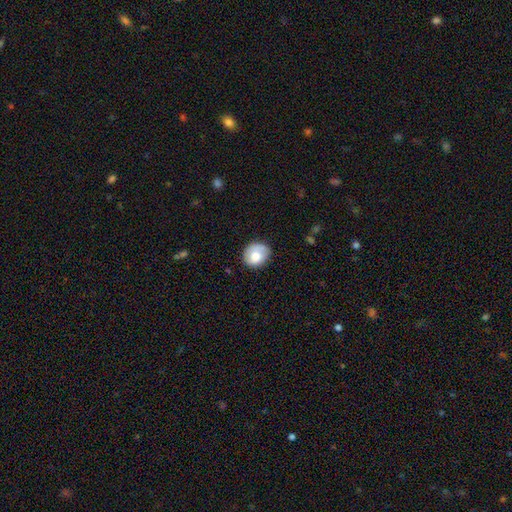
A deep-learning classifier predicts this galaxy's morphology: A smooth galaxy with no disk features (72%) that is round (66%).

Vote fractions:
- Smooth or featured? smooth: 72% / featured or disk: 20% / star or artifact: 7%
- How rounded? round: 66% / in between: 33% / cigar-shaped: 1%
- Merging? none: 67% / minor disturbance: 24% / major disturbance: 7% / merger: 2%